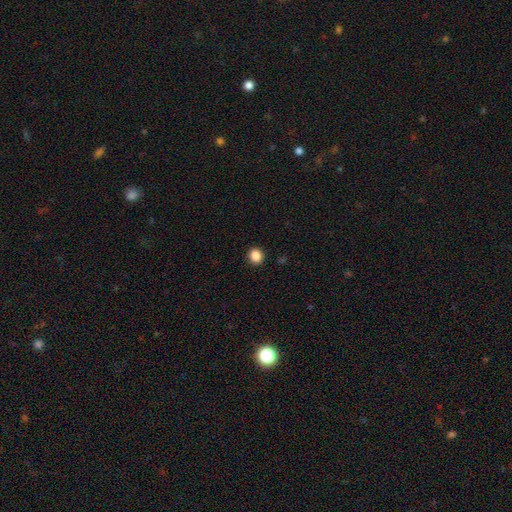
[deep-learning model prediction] A smooth galaxy with no disk features (86%) that is round (80%).

Vote fractions:
- Smooth or featured? smooth: 86% / star or artifact: 10% / featured or disk: 4%
- How rounded? round: 80% / in between: 19% / cigar-shaped: 1%
- Merging? none: 92% / minor disturbance: 5% / major disturbance: 2% / merger: 1%